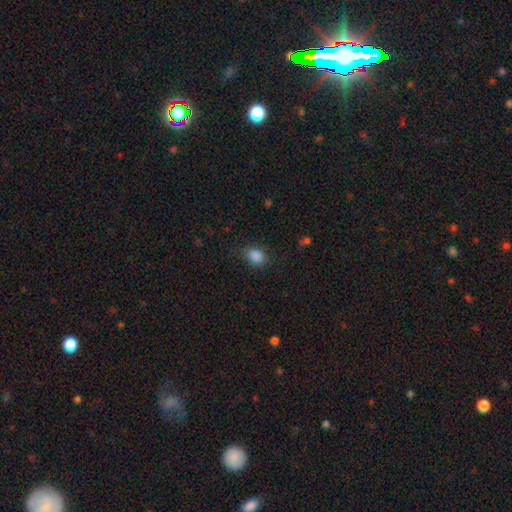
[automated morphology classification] smooth_or_featured: smooth (p=0.86) [alt: star or artifact p=0.10]
how_rounded: in between (p=0.63) [alt: round p=0.36]
merging: none (p=0.77) [alt: minor disturbance p=0.17]